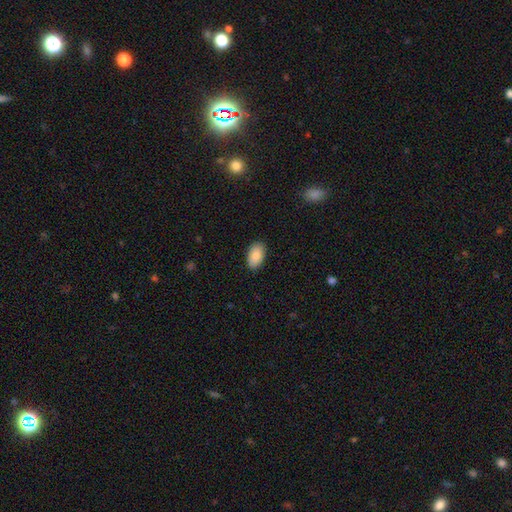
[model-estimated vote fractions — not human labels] Morphology: type=smooth (86%); roundness=in between (94%); merging=none (89%).